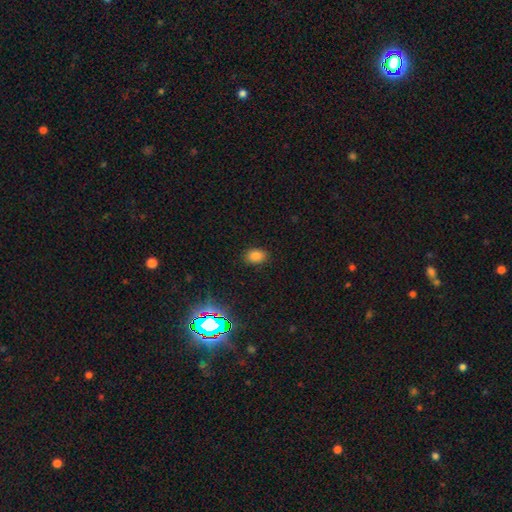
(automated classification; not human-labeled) smooth-or-featured: smooth: 81% | star or artifact: 15% | featured or disk: 4%
  how-rounded: in between: 77% | round: 21% | cigar-shaped: 1%
  merging: none: 87% | minor disturbance: 9% | major disturbance: 3% | merger: 1%